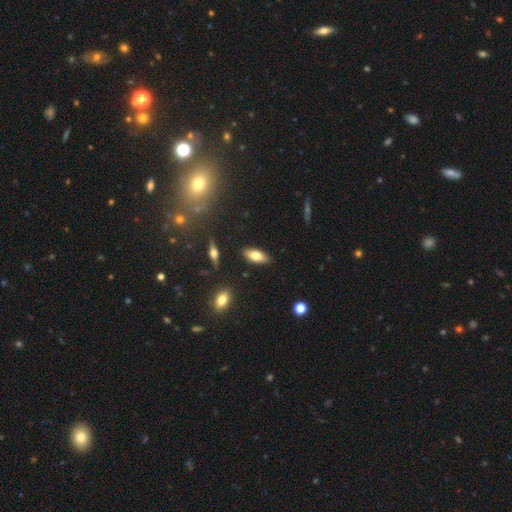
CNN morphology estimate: smooth_or_featured: smooth (p=0.71) [alt: featured or disk p=0.21]
how_rounded: in between (p=0.79) [alt: cigar-shaped p=0.18]
merging: none (p=0.86) [alt: minor disturbance p=0.10]